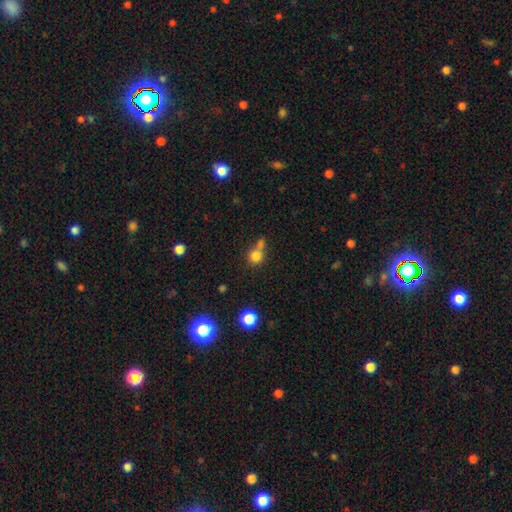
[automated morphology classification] type=smooth (79%); roundness=round (86%); merging=none (46%).